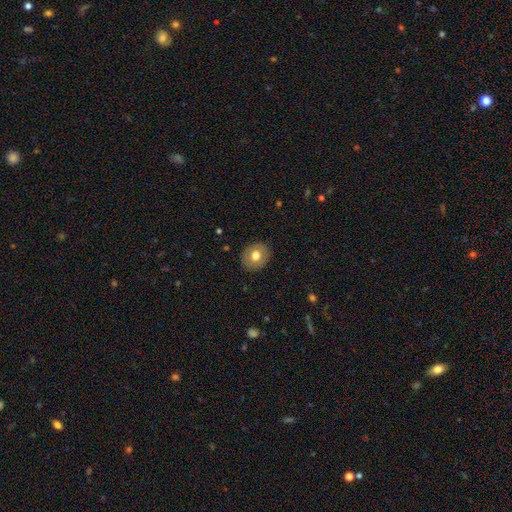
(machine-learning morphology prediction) smooth 73%, featured or disk 19%, star or artifact 8%. Down the decision tree: how rounded — round (62%); merging — none (89%).